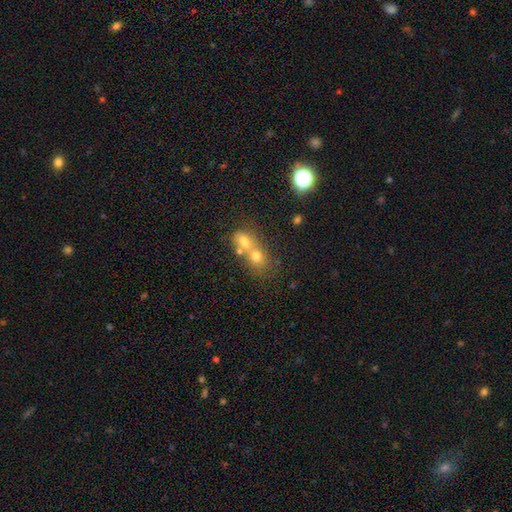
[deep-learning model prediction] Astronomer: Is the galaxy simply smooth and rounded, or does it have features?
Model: smooth — 56%.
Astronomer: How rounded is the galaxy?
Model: round — 63%.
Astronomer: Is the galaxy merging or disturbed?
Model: merger — 66%.